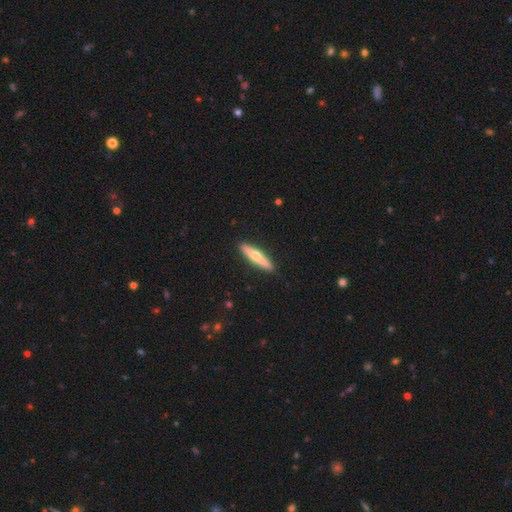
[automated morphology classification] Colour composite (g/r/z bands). It shows a featured or disk galaxy (50%) viewed edge-on (94%). Merging: none (91%).